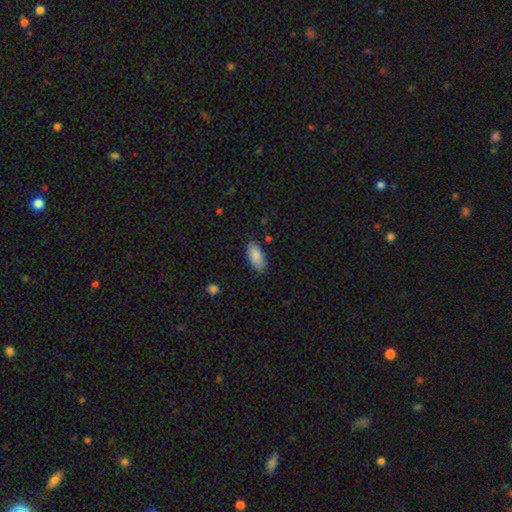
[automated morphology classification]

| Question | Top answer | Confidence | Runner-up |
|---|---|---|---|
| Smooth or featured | smooth | 89% | star or artifact (6%) |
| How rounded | in between | 90% | cigar-shaped (8%) |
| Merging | none | 82% | minor disturbance (14%) |